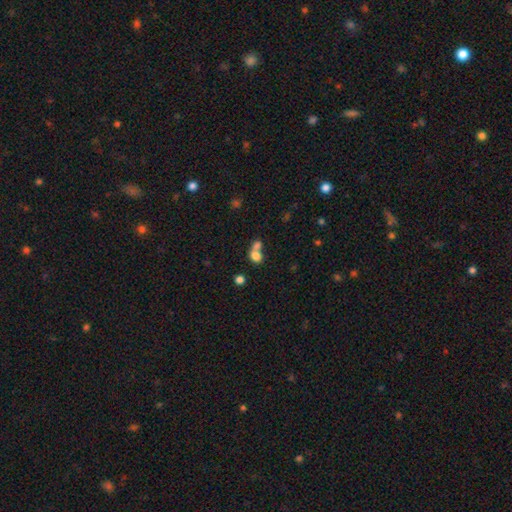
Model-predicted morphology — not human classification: Smooth or featured: smooth — 77% (star or artifact — 12%)
How rounded: round — 61% (in between — 38%)
Merging: merger — 59% (none — 30%)